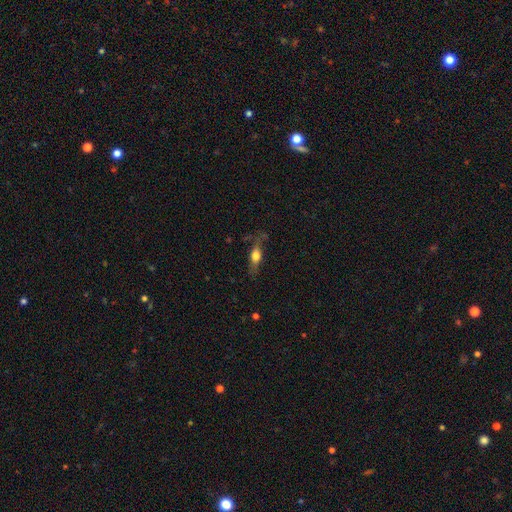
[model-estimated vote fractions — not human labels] This appears to be a smooth galaxy with no disk features (55%) that is in between round and cigar-shaped (52%). Merging: none (64%).